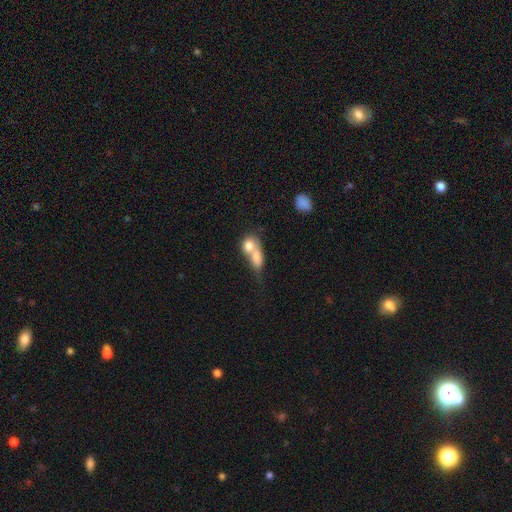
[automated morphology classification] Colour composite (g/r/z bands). It shows a smooth galaxy with no disk features (68%) that is in between round and cigar-shaped (49%). Merging: merger (68%).